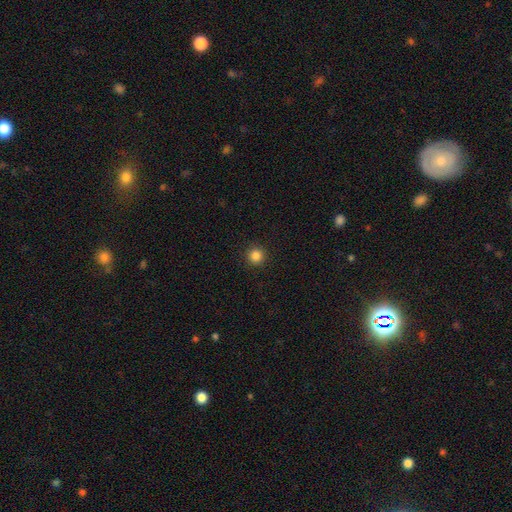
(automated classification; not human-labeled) A smooth galaxy with no disk features (85%) that is round (96%).

Vote fractions:
- Smooth or featured? smooth: 85% / star or artifact: 12% / featured or disk: 3%
- How rounded? round: 96% / in between: 3% / cigar-shaped: 1%
- Merging? none: 93% / minor disturbance: 5% / major disturbance: 2% / merger: 1%